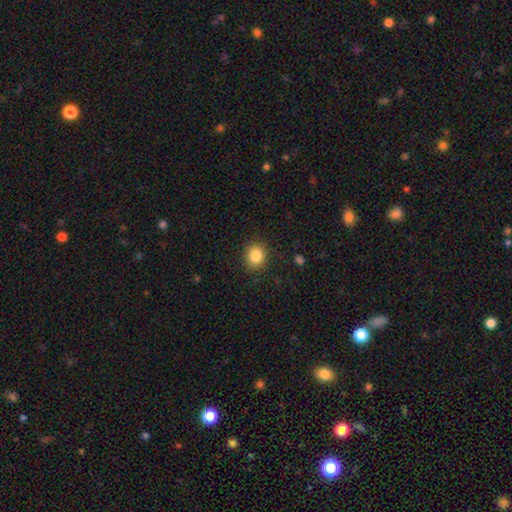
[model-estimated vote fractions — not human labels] Smooth or featured: smooth — 85% (star or artifact — 10%)
How rounded: round — 77% (in between — 23%)
Merging: none — 88% (minor disturbance — 8%)